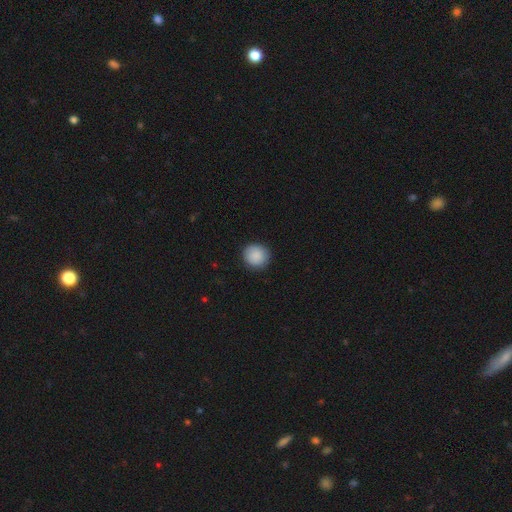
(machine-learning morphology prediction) The model was most divided on "merging": none: 89%, minor disturbance: 8%, major disturbance: 2%, merger: 1%. More confident: how rounded — round (90%); smooth or featured — smooth (89%).